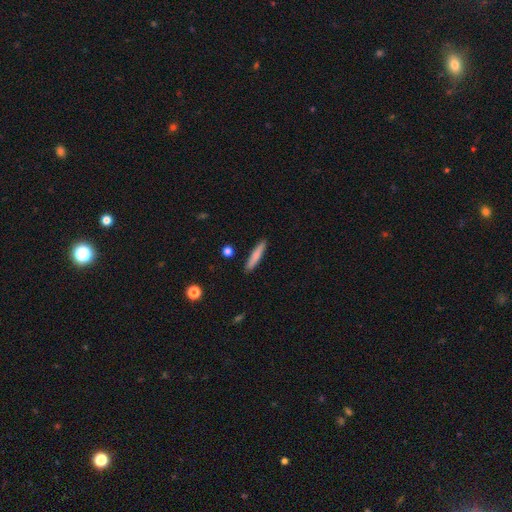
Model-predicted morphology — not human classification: This appears to be a smooth galaxy with no disk features (77%) that is cigar-shaped (92%). Merging: none (90%).